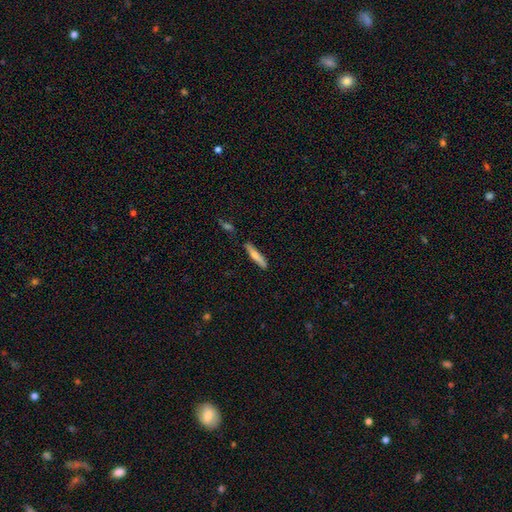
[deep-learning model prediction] Smooth or featured: smooth — 65% (featured or disk — 29%)
How rounded: cigar-shaped — 89% (in between — 9%)
Merging: none — 85% (minor disturbance — 10%)